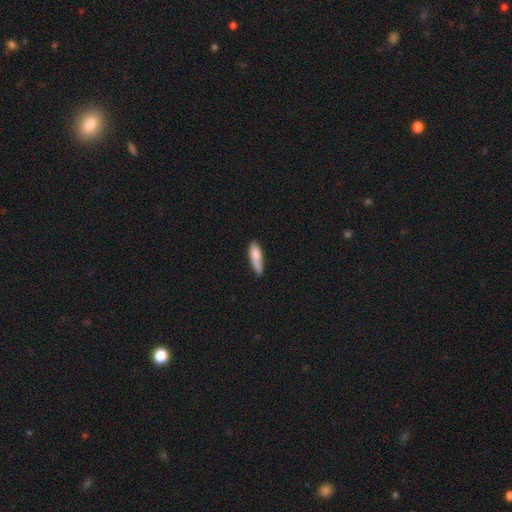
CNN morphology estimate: Q: Smooth or featured?
A: smooth (80%); runner-up: featured or disk (13%)
Q: How rounded?
A: cigar-shaped (64%); runner-up: in between (34%)
Q: Merging?
A: none (60%); runner-up: minor disturbance (30%)